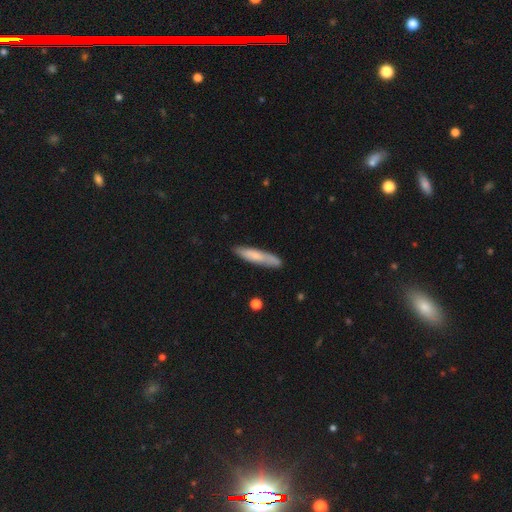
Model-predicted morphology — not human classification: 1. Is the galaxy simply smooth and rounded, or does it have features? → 68% smooth, 26% featured or disk, 6% star or artifact.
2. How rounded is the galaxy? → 87% cigar-shaped, 12% in between, 1% round.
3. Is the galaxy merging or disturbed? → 81% none, 15% minor disturbance, 2% major disturbance, 2% merger.